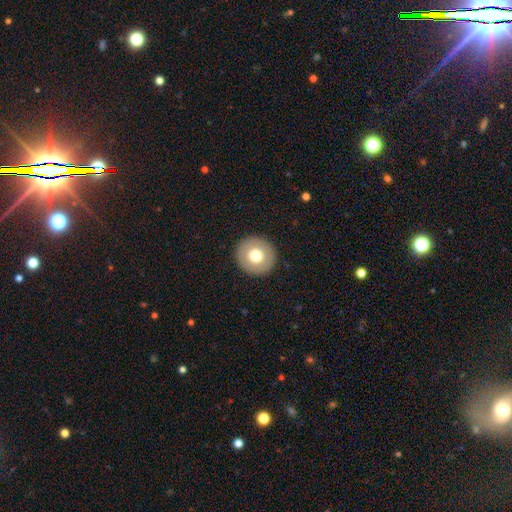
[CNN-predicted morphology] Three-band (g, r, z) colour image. It shows a smooth galaxy with no disk features (68%) that is round (93%). Merging: none (92%).